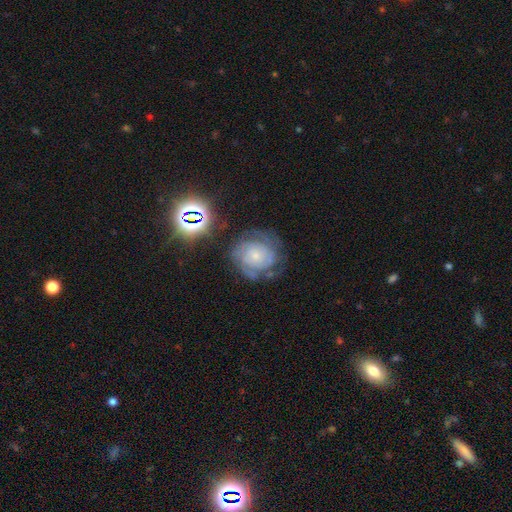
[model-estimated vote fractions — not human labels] Smooth or featured: featured or disk — 68% (smooth — 20%)
Edge-on disk: no — 98% (yes — 2%)
Bar: no — 81% (weak — 16%)
Spiral arms: yes — 87% (no — 13%)
Spiral winding: tight — 66% (medium — 26%)
Spiral arm count: can't tell — 44% (2 — 22%)
Bulge size: small — 69% (moderate — 20%)
Merging: none — 64% (minor disturbance — 20%)